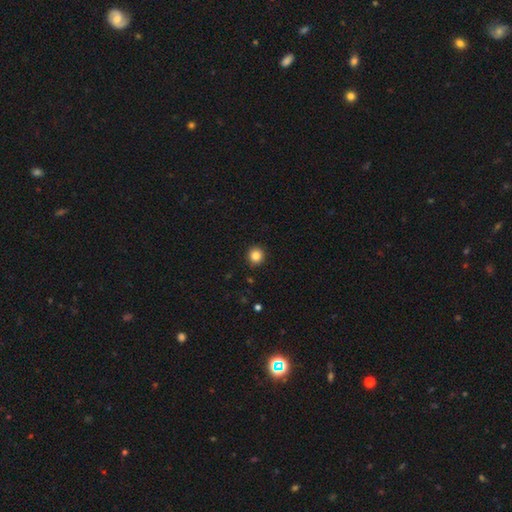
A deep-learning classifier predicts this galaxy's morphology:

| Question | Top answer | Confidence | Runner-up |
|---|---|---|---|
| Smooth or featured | smooth | 84% | star or artifact (11%) |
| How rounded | round | 93% | in between (6%) |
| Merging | none | 92% | minor disturbance (5%) |